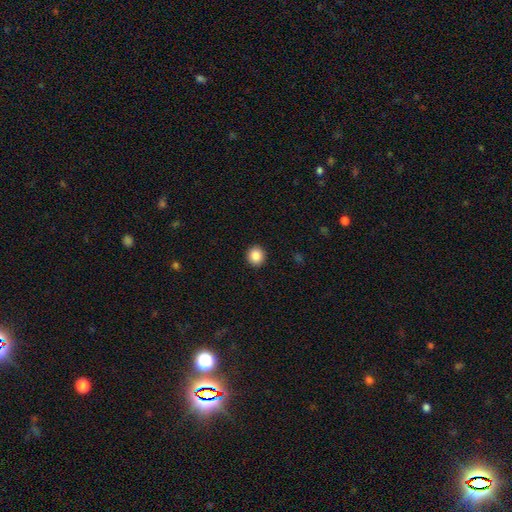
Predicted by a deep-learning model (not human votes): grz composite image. It shows a smooth galaxy with no disk features (86%) that is round (91%). Merging: none (93%).